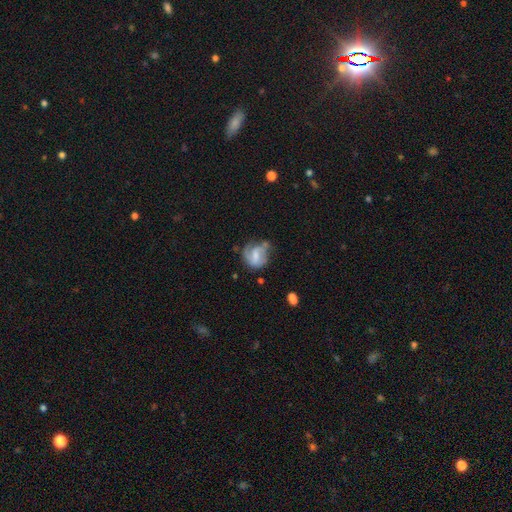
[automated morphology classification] This appears to be a featured or disk galaxy (62%) with a weak bar (50%), spiral arms (79%) and a small central bulge (42%). Merging: none (44%).